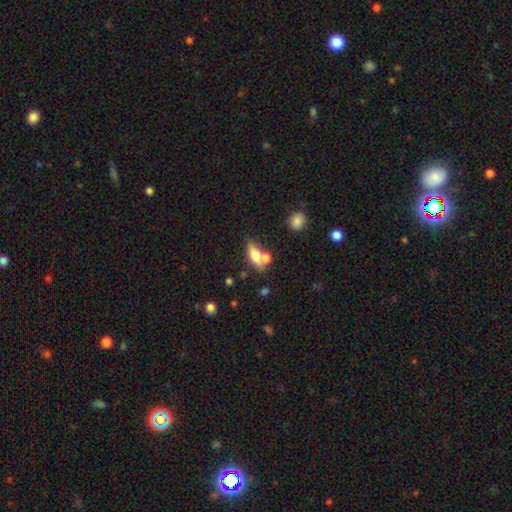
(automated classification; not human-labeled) Smooth or featured: smooth — 63% (featured or disk — 29%)
How rounded: in between — 70% (cigar-shaped — 24%)
Merging: none — 46% (merger — 36%)